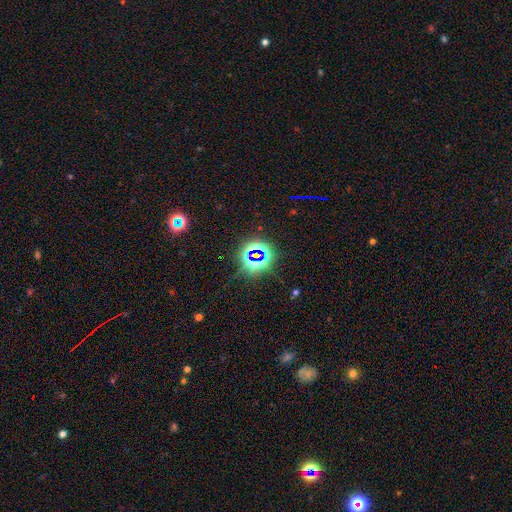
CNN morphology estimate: Smooth or featured? Predicted: star or artifact (p=0.75).